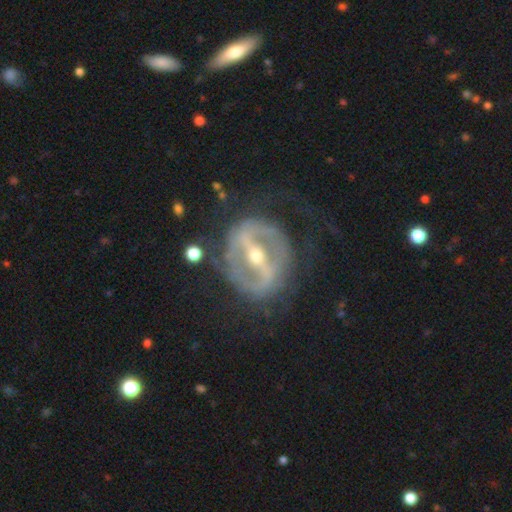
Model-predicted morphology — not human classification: Q: Smooth or featured?
A: featured or disk (87%); runner-up: smooth (8%)
Q: Edge-on disk?
A: no (92%); runner-up: yes (8%)
Q: Bar?
A: strong (82%); runner-up: weak (13%)
Q: Spiral arms?
A: yes (58%); runner-up: no (42%)
Q: Bulge size?
A: moderate (50%); runner-up: small (46%)
Q: Merging?
A: none (70%); runner-up: minor disturbance (15%)